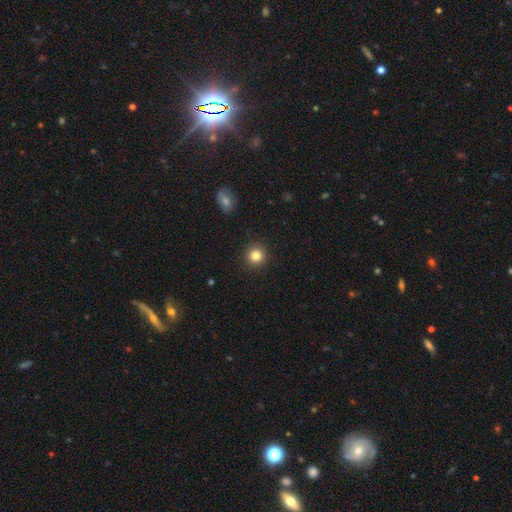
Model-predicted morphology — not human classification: This appears to be a smooth galaxy with no disk features (83%) that is round (93%). Merging: none (92%).